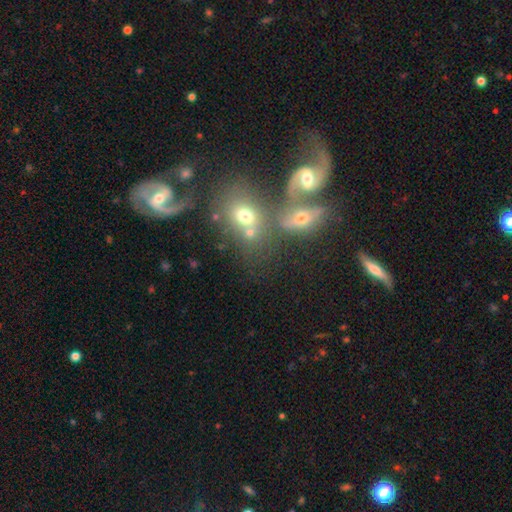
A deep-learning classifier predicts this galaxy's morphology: Smooth or featured? Predicted: featured or disk (p=0.47). Merging? Predicted: merger (p=0.44).